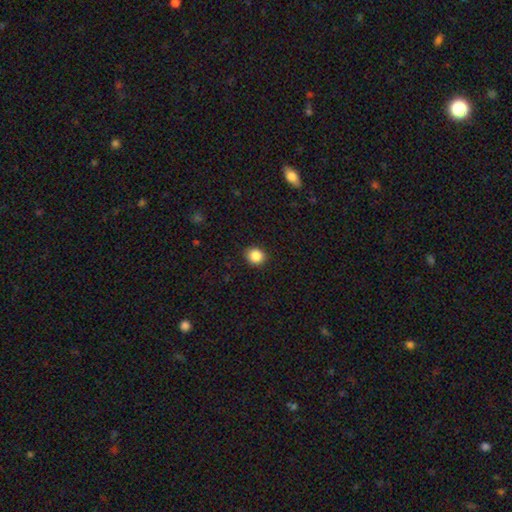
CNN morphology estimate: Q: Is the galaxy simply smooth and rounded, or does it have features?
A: smooth — 87%.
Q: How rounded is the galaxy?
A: round — 79%.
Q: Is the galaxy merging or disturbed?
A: none — 91%.